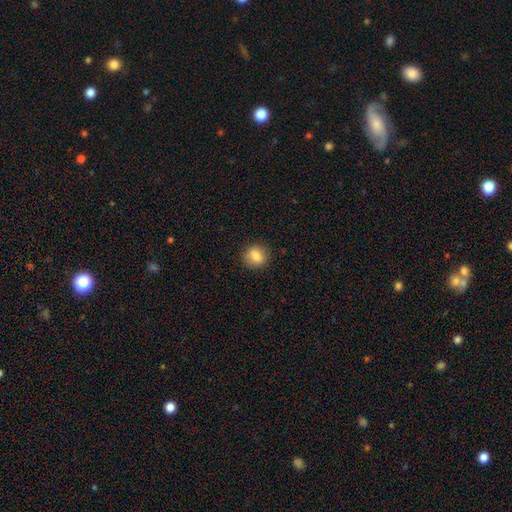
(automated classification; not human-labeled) A smooth galaxy with no disk features (83%) that is round (71%).

Vote fractions:
- Smooth or featured? smooth: 83% / star or artifact: 9% / featured or disk: 9%
- How rounded? round: 71% / in between: 28% / cigar-shaped: 1%
- Merging? none: 87% / minor disturbance: 9% / major disturbance: 3% / merger: 1%